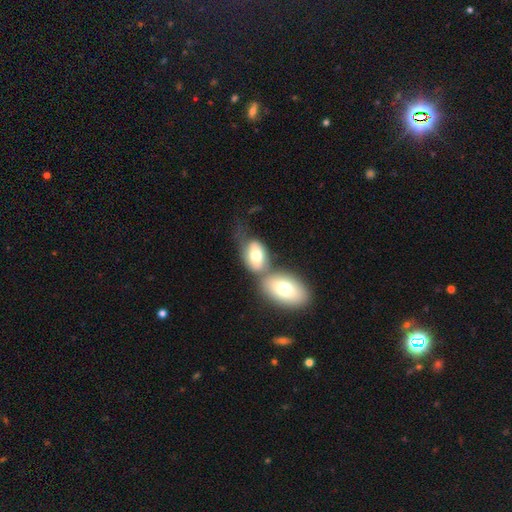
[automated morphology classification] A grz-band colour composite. It shows a smooth galaxy with no disk features (64%) that is in between round and cigar-shaped (85%). Merging: merger (50%).